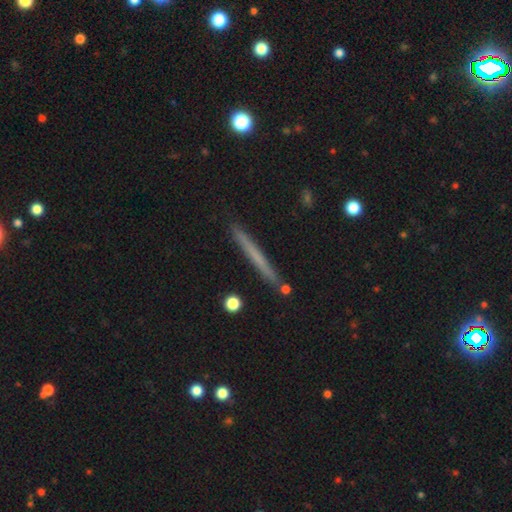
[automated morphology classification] Overall: smooth (54%; featured or disk 39%). How rounded: cigar-shaped (97%). Merging: none (89%).